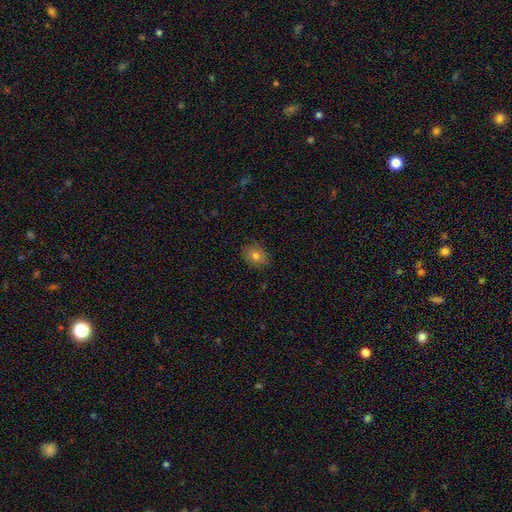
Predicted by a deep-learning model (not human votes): Smooth or featured: smooth — 77% (star or artifact — 12%)
How rounded: round — 52% (in between — 47%)
Merging: none — 84% (minor disturbance — 13%)